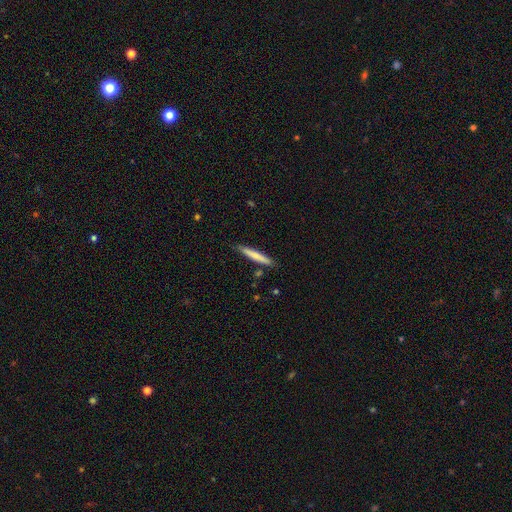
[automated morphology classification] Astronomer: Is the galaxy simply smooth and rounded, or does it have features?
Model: smooth — 69%.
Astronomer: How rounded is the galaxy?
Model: cigar-shaped — 95%.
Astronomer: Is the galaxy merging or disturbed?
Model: none — 86%.